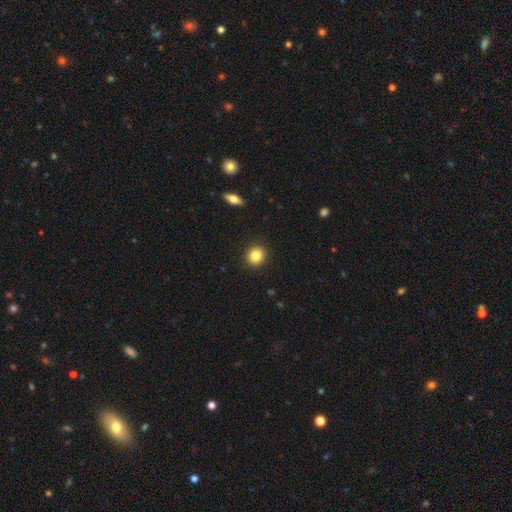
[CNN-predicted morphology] Smooth or featured? Predicted: smooth (p=0.83). How rounded? Predicted: round (p=0.86). Merging? Predicted: none (p=0.92).